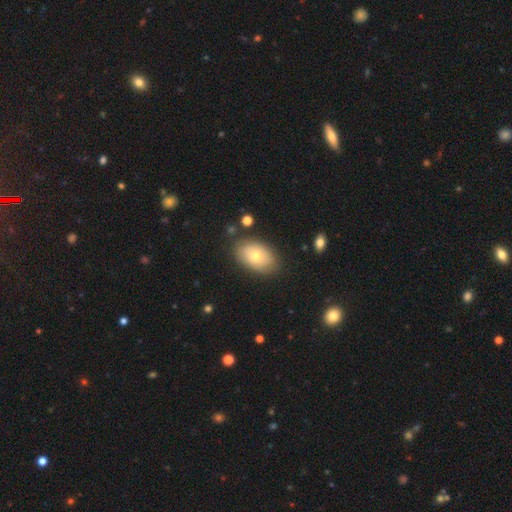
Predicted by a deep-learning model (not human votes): Smooth or featured: smooth — 70% (featured or disk — 23%)
How rounded: in between — 90% (round — 9%)
Merging: none — 81% (minor disturbance — 14%)